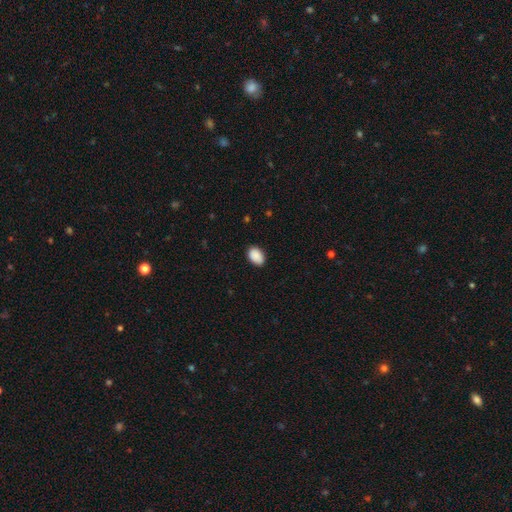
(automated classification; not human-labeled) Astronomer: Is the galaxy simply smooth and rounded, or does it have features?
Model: smooth — 90%.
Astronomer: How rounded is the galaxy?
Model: in between — 86%.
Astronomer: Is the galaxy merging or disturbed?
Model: none — 84%.